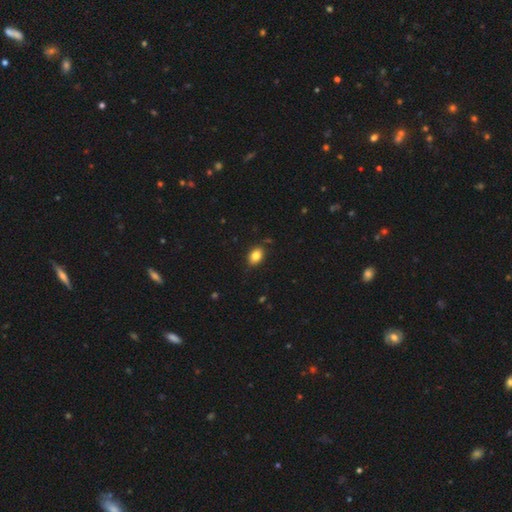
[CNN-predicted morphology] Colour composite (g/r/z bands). It shows a smooth galaxy with no disk features (83%) that is in between round and cigar-shaped (78%). Merging: none (83%).